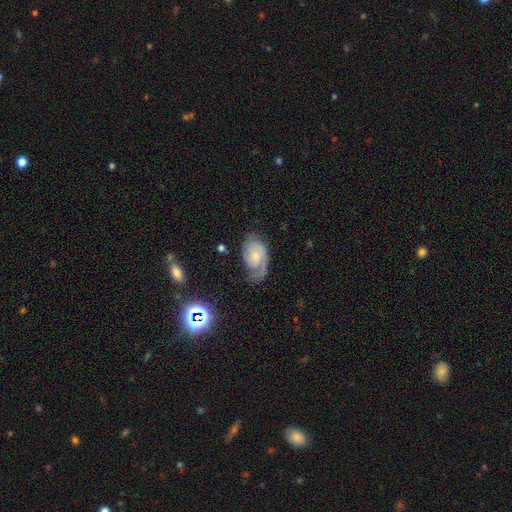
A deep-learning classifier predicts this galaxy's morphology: A featured or disk galaxy (70%) with no bar (69%), 1 (41%, tied with 2) tight (46%) spiral arms (92%) and a small central bulge (55%). Merging: none (53%).